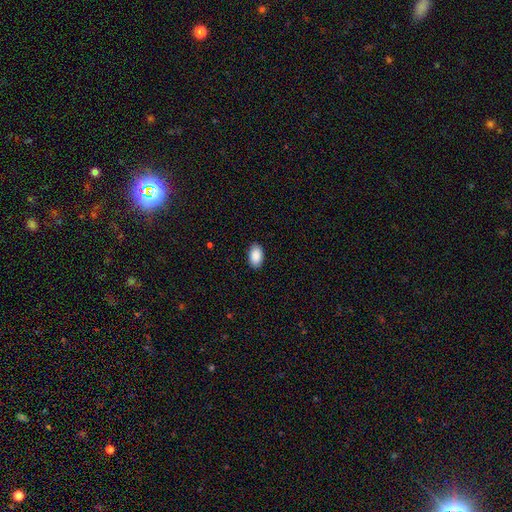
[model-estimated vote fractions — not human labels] A smooth galaxy with no disk features (91%) that is in between round and cigar-shaped (94%).

Vote fractions:
- Smooth or featured? smooth: 91% / star or artifact: 7% / featured or disk: 3%
- How rounded? in between: 94% / round: 5% / cigar-shaped: 1%
- Merging? none: 89% / minor disturbance: 8% / major disturbance: 2% / merger: 1%